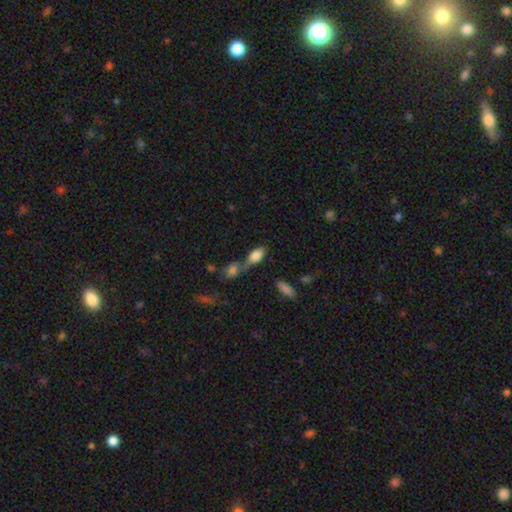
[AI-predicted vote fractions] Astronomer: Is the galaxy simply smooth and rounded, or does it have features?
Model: smooth — 80%.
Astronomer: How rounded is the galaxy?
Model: in between — 85%.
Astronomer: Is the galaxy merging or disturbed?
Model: merger — 47% (runner-up: none, 34%).